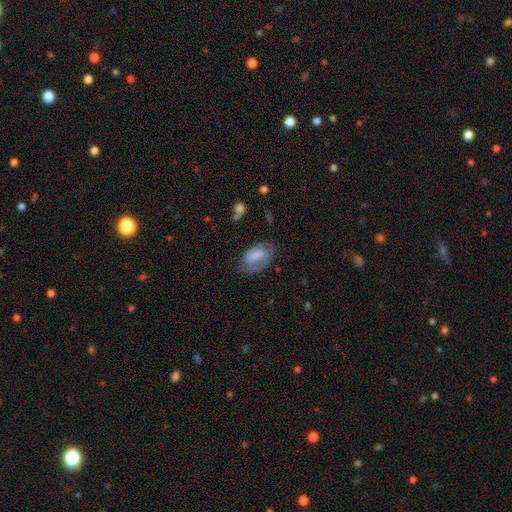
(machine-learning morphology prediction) A smooth galaxy with no disk features (58%) that is in between round and cigar-shaped (90%).

Vote fractions:
- Smooth or featured? smooth: 58% / featured or disk: 35% / star or artifact: 7%
- How rounded? in between: 90% / round: 8% / cigar-shaped: 2%
- Merging? none: 53% / minor disturbance: 28% / major disturbance: 17% / merger: 2%